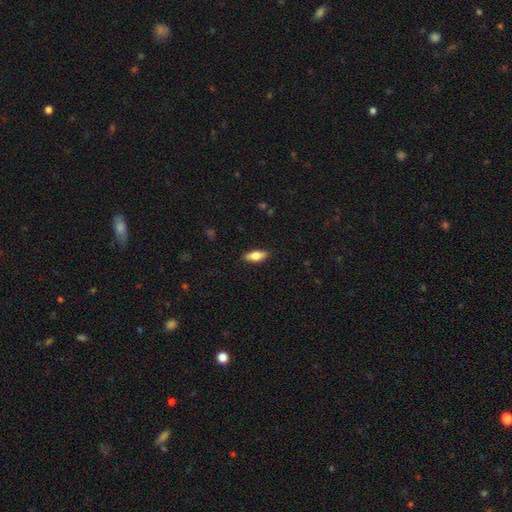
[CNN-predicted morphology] Smooth or featured? Predicted: smooth (p=0.70). How rounded? Predicted: in between (p=0.73). Merging? Predicted: none (p=0.88).